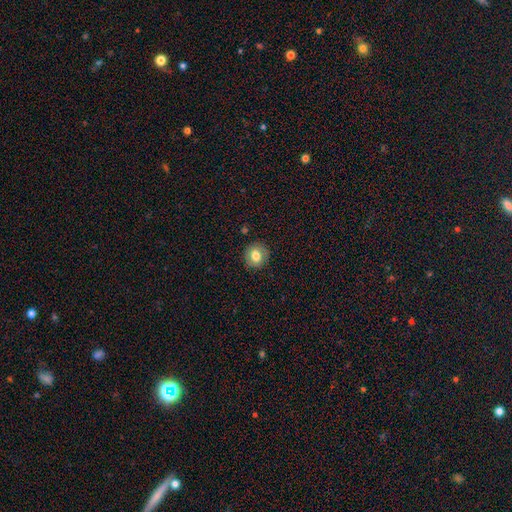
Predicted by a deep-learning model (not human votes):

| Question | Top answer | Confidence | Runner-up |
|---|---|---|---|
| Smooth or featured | smooth | 74% | featured or disk (17%) |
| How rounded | round | 84% | in between (15%) |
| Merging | none | 87% | minor disturbance (9%) |